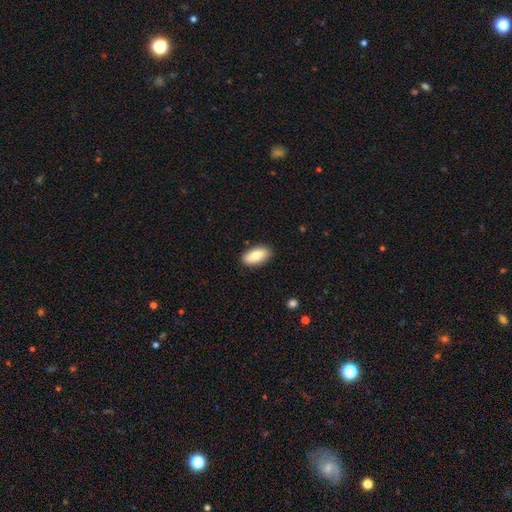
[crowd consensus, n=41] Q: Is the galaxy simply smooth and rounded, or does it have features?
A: smooth — 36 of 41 (88%).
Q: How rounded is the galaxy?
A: in between — 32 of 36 (89%).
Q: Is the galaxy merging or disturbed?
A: none — 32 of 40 (80%).